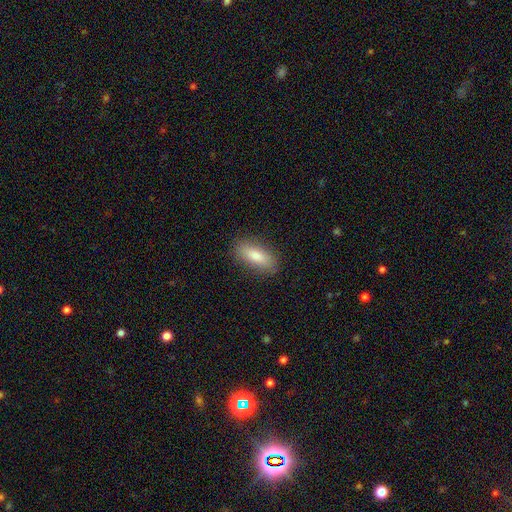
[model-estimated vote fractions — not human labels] A smooth galaxy with no disk features (80%) that is in between round and cigar-shaped (73%). Merging: none (87%).